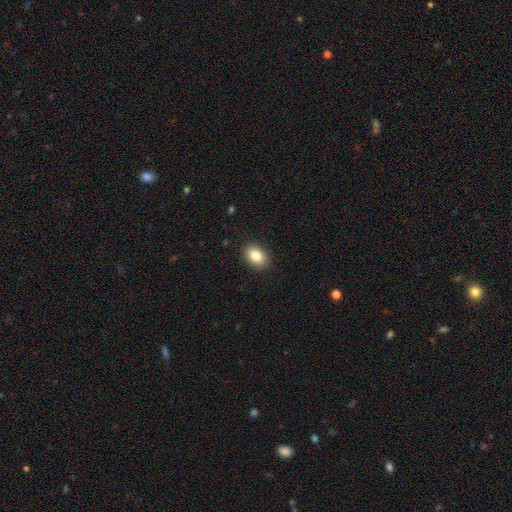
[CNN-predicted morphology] smooth 84%, star or artifact 9%, featured or disk 7%. Down the decision tree: how rounded — in between (78%); merging — none (89%).